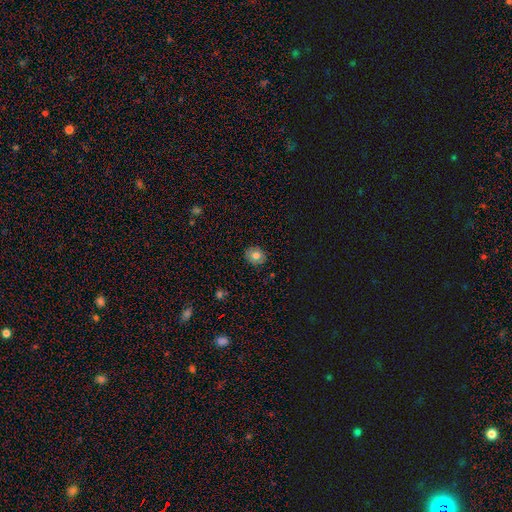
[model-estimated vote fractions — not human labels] Overall: smooth (74%). How rounded: round (65%; in between 34%). Merging: none (86%).